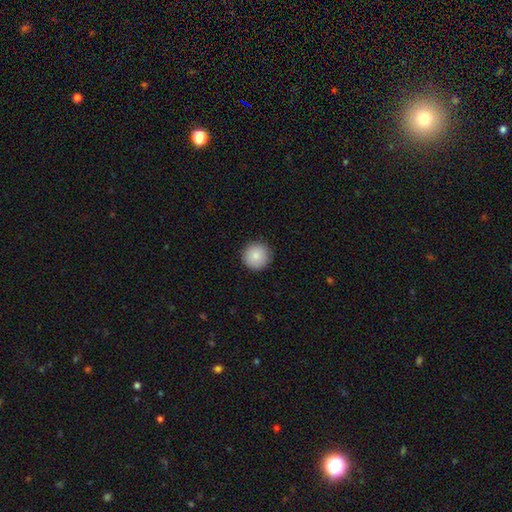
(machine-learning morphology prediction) Smooth or featured? Predicted: smooth (p=0.86). How rounded? Predicted: round (p=0.96). Merging? Predicted: none (p=0.91).